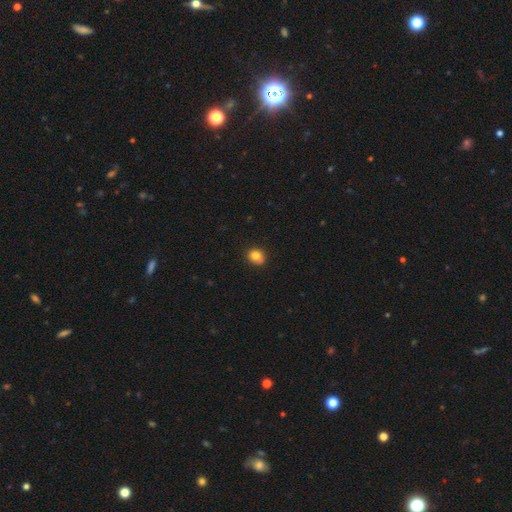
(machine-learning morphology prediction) This is likely a smooth galaxy (80%). How rounded: likely round (69%). Merging: likely none (69%).